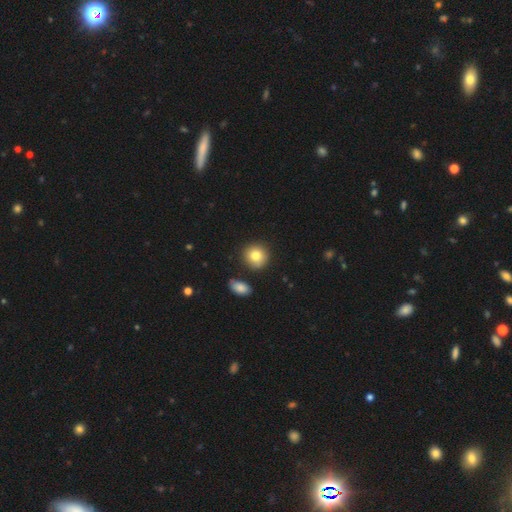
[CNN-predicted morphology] A smooth galaxy with no disk features (81%) that is round (89%).

Vote fractions:
- Smooth or featured? smooth: 81% / featured or disk: 10% / star or artifact: 9%
- How rounded? round: 89% / in between: 10% / cigar-shaped: 1%
- Merging? none: 83% / minor disturbance: 10% / merger: 5% / major disturbance: 2%